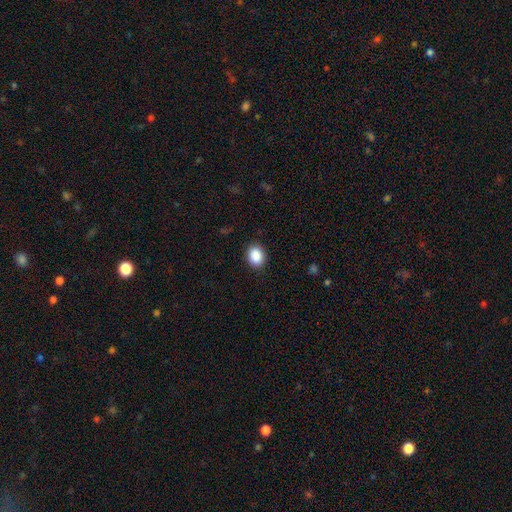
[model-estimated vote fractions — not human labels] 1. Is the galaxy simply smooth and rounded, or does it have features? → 89% smooth, 8% star or artifact, 3% featured or disk.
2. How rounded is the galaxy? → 52% in between, 47% round, 1% cigar-shaped.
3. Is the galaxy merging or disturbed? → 90% none, 7% minor disturbance, 2% major disturbance, 1% merger.